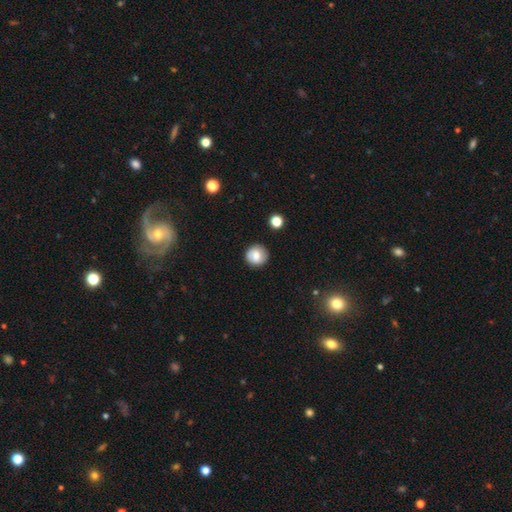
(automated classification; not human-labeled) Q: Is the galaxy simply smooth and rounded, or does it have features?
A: smooth — 75%.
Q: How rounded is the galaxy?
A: round — 91%.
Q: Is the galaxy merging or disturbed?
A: none — 87%.